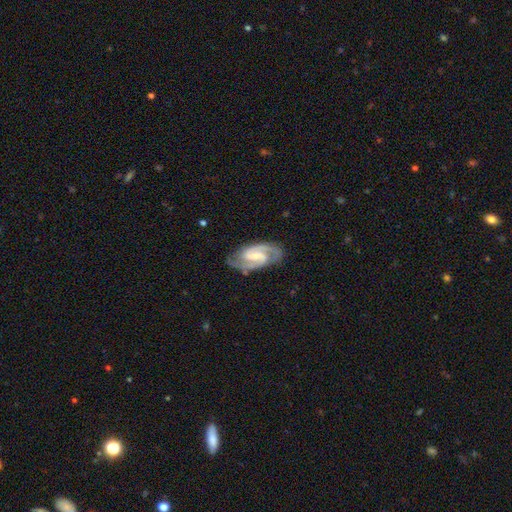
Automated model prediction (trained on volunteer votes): Smooth or featured?
  - featured or disk: 90% *
  - smooth: 5%
  - star or artifact: 4%
Edge-on disk?
  - no: 97% *
  - yes: 3%
Bar?
  - weak: 52% *
  - strong: 29%
  - no: 19%
Spiral arms?
  - yes: 98% *
  - no: 2%
Spiral winding?
  - medium: 56% *
  - tight: 34%
  - loose: 11%
Spiral arm count?
  - 2: 90% *
  - 3: 4%
  - can't tell: 3%
  - 1: 1%
  - 4: 1%
  - more than 4: 1%
Bulge size?
  - small: 57% *
  - moderate: 28%
  - none: 13%
  - large: 2%
  - dominant: 1%
Merging?
  - none: 79% *
  - minor disturbance: 15%
  - major disturbance: 4%
  - merger: 1%